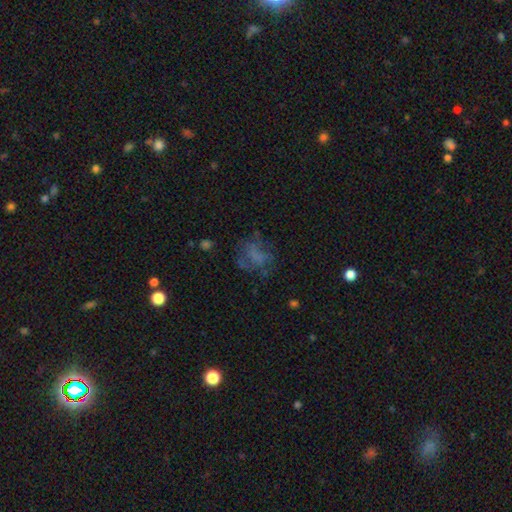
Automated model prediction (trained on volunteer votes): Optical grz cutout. It shows a smooth galaxy with no disk features (42%). Merging: none (52%).